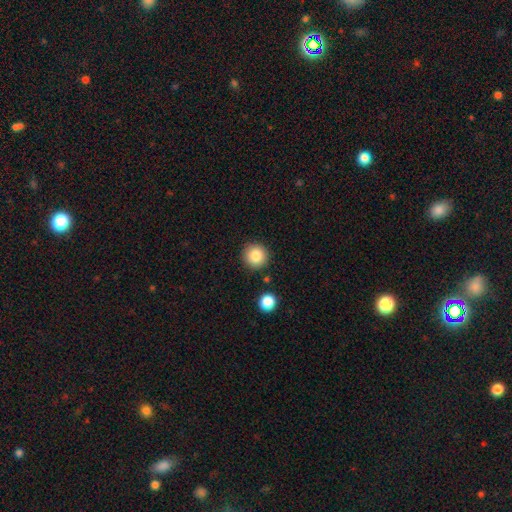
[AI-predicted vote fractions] The model was most divided on "smooth or featured": smooth: 85%, star or artifact: 9%, featured or disk: 6%. More confident: how rounded — round (95%); merging — none (88%).